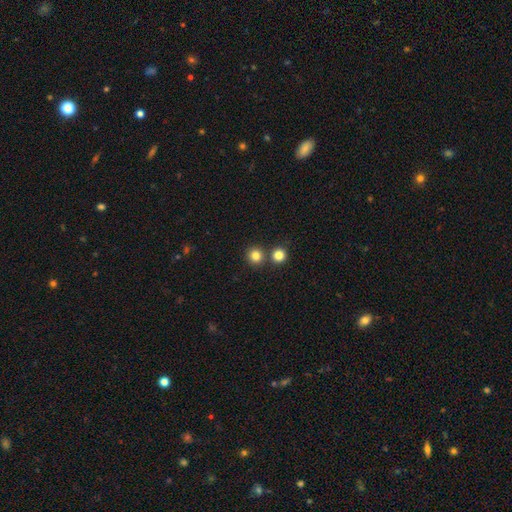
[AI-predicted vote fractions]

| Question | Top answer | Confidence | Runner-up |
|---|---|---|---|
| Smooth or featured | smooth | 82% | star or artifact (13%) |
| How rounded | round | 92% | in between (7%) |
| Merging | none | 76% | merger (16%) |